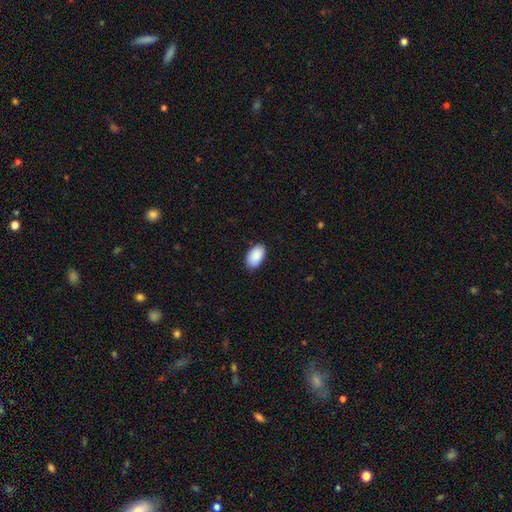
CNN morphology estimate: Smooth or featured: smooth — 91% (star or artifact — 6%)
How rounded: in between — 94% (round — 4%)
Merging: none — 86% (minor disturbance — 11%)